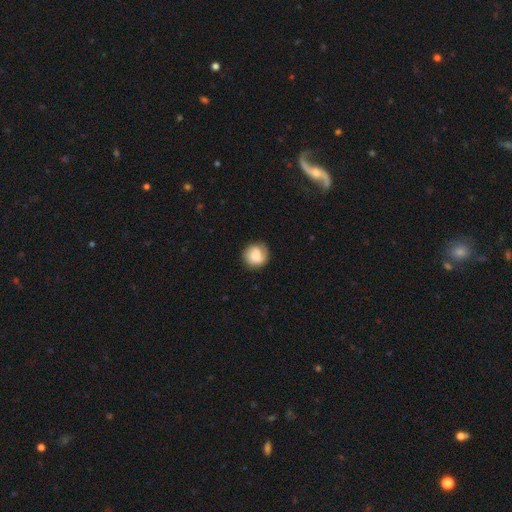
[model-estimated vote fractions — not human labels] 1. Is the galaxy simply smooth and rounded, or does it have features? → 65% smooth, 27% featured or disk, 8% star or artifact.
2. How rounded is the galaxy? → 89% round, 10% in between, 1% cigar-shaped.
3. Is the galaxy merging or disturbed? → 76% none, 17% minor disturbance, 6% major disturbance, 1% merger.